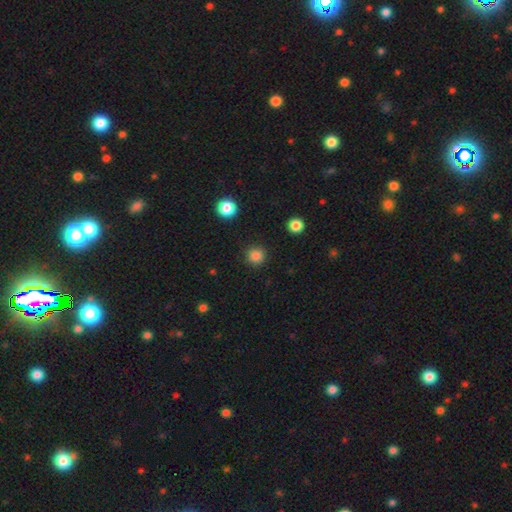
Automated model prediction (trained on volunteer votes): Morphology: type=smooth (85%); roundness=round (94%); merging=none (91%).